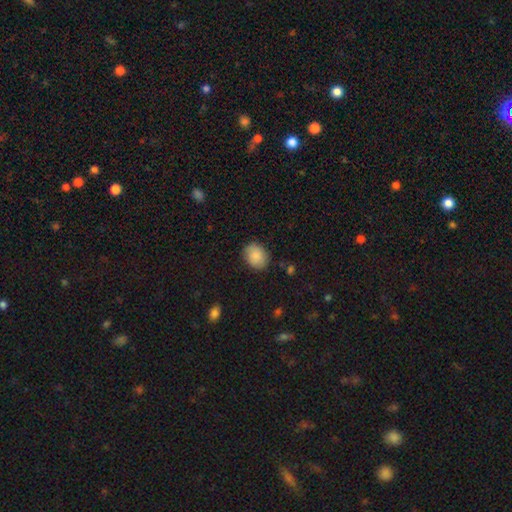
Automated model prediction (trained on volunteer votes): The model was most divided on "how rounded": in between: 58%, round: 41%, cigar-shaped: 1%. More confident: smooth or featured — smooth (88%); merging — none (84%).